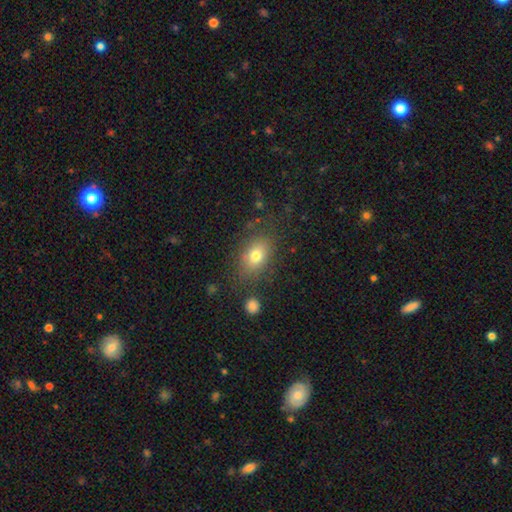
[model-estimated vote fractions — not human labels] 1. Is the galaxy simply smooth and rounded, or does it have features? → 75% smooth, 14% featured or disk, 11% star or artifact.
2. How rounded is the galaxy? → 78% in between, 20% round, 2% cigar-shaped.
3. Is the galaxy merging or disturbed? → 76% none, 14% minor disturbance, 6% major disturbance, 3% merger.